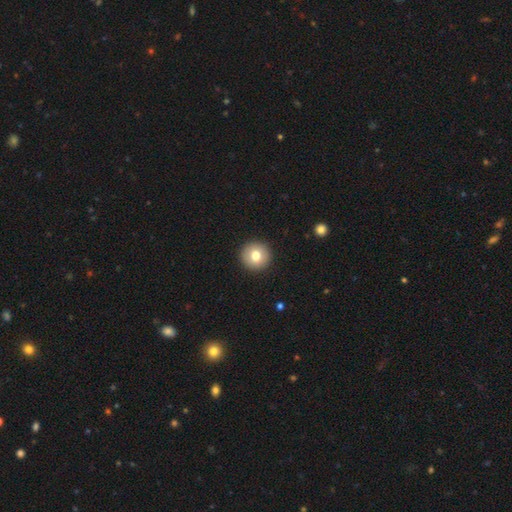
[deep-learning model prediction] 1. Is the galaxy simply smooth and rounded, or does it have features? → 76% smooth, 15% featured or disk, 9% star or artifact.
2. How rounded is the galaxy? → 95% round, 4% in between, 1% cigar-shaped.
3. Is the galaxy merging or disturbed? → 93% none, 5% minor disturbance, 2% major disturbance, 1% merger.